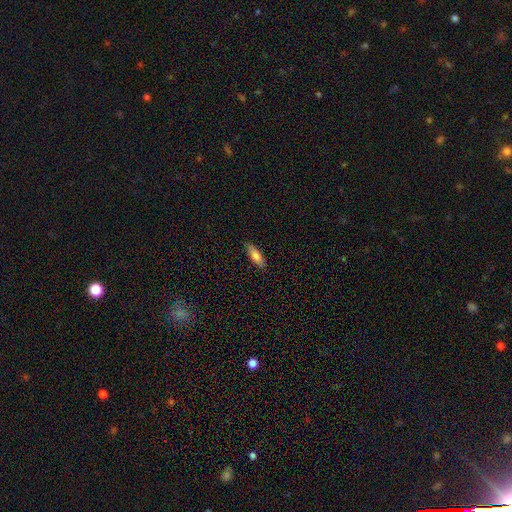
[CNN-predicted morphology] type=smooth (80%); roundness=in between (59%); merging=none (85%).